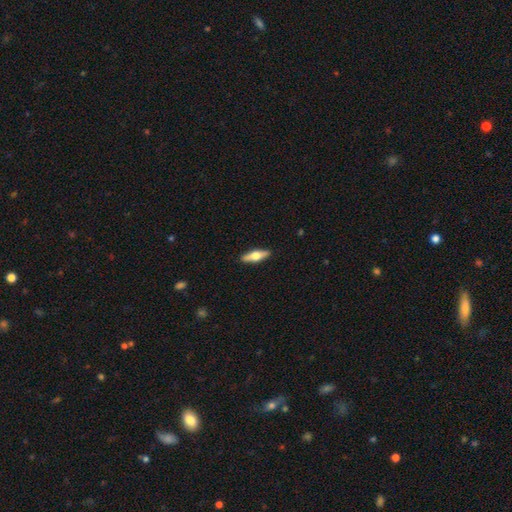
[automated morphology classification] A featured or disk galaxy (48%). Merging: none (90%).